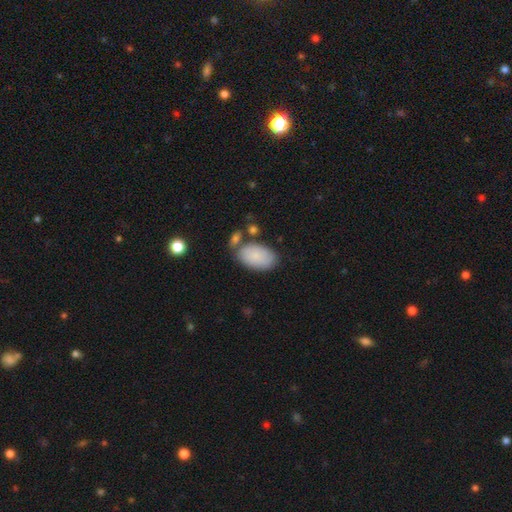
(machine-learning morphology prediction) This appears to be a smooth galaxy with no disk features (83%) that is in between round and cigar-shaped (93%). Merging: none (65%).